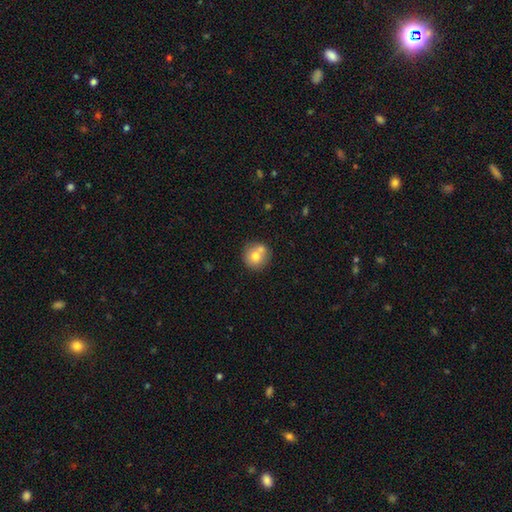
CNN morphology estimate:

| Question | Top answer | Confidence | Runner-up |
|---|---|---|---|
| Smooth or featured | smooth | 73% | featured or disk (19%) |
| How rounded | round | 90% | in between (9%) |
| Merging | none | 58% | merger (29%) |